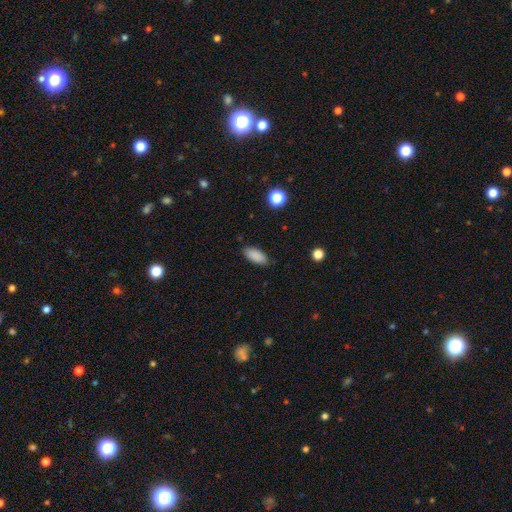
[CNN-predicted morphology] Overall: smooth (88%). How rounded: in between (87%). Merging: none (85%).